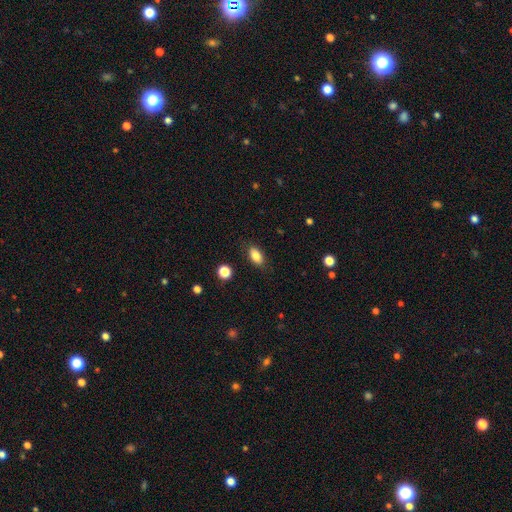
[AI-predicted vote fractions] Morphology: type=smooth (83%); roundness=in between (88%); merging=none (84%).